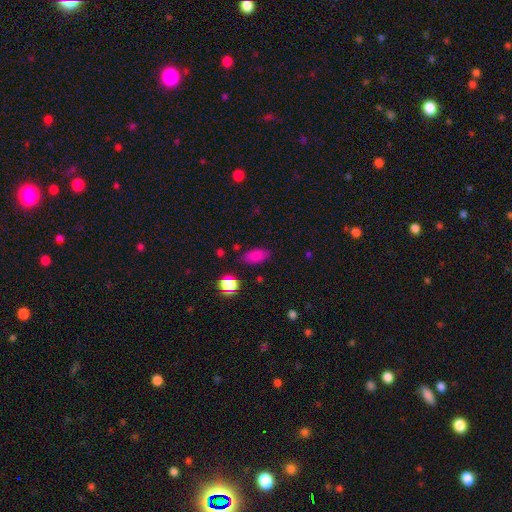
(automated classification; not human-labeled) smooth-or-featured: smooth: 81% | star or artifact: 13% | featured or disk: 6%
  how-rounded: in between: 89% | round: 6% | cigar-shaped: 5%
  merging: none: 81% | minor disturbance: 13% | major disturbance: 4% | merger: 2%